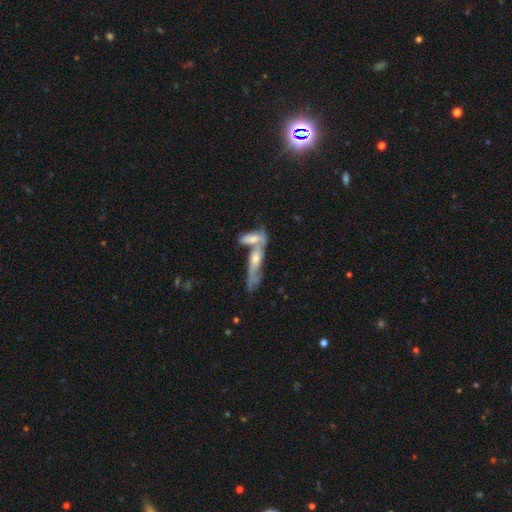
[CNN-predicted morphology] Smooth or featured?
  - featured or disk: 58% *
  - smooth: 27%
  - star or artifact: 15%
Edge-on disk?
  - yes: 50% * (tied)
  - no: 50% * (tied)
Merging?
  - merger: 59% *
  - none: 26%
  - minor disturbance: 8%
  - major disturbance: 6%